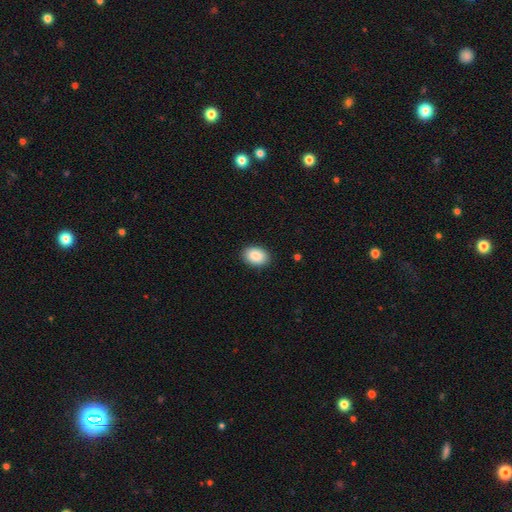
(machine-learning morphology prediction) smooth-or-featured: smooth: 88% | star or artifact: 7% | featured or disk: 5%
  how-rounded: in between: 84% | round: 15% | cigar-shaped: 1%
  merging: none: 89% | minor disturbance: 8% | major disturbance: 2% | merger: 1%